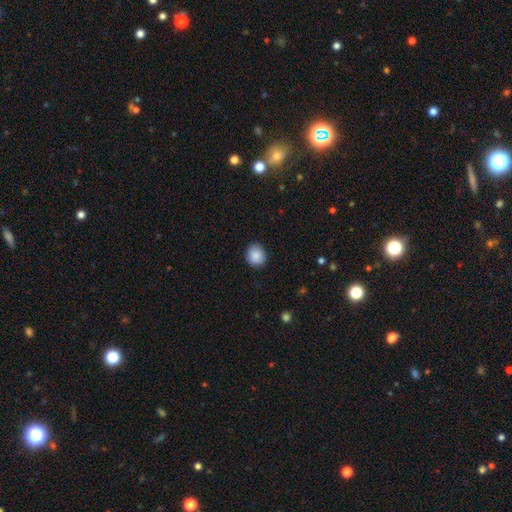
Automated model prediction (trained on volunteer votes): Q: Smooth or featured?
A: smooth (88%); runner-up: star or artifact (8%)
Q: How rounded?
A: round (79%); runner-up: in between (20%)
Q: Merging?
A: none (85%); runner-up: minor disturbance (12%)